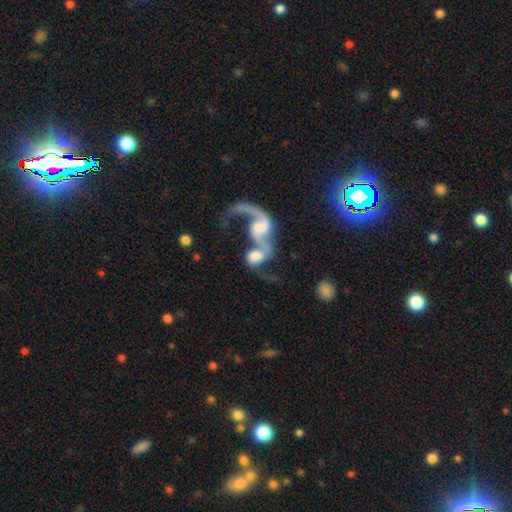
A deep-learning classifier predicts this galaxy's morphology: smooth_or_featured: featured or disk (p=0.64) [alt: smooth p=0.28]
disk_edge_on: no (p=0.95) [alt: yes p=0.05]
bar: no (p=0.53) [alt: weak p=0.33]
has_spiral_arms: yes (p=0.80) [alt: no p=0.20]
bulge_size: moderate (p=0.28) [alt: none p=0.24]
merging: merger (p=0.74) [alt: major disturbance p=0.11]